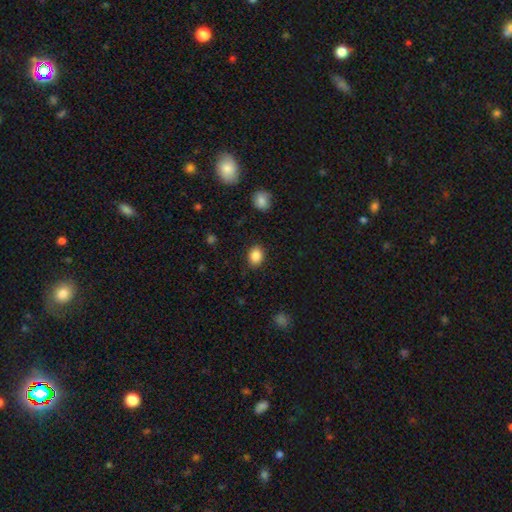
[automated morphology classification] smooth-or-featured: smooth: 88% | star or artifact: 9% | featured or disk: 3%
  how-rounded: in between: 64% | round: 35% | cigar-shaped: 1%
  merging: none: 87% | minor disturbance: 9% | major disturbance: 3% | merger: 1%